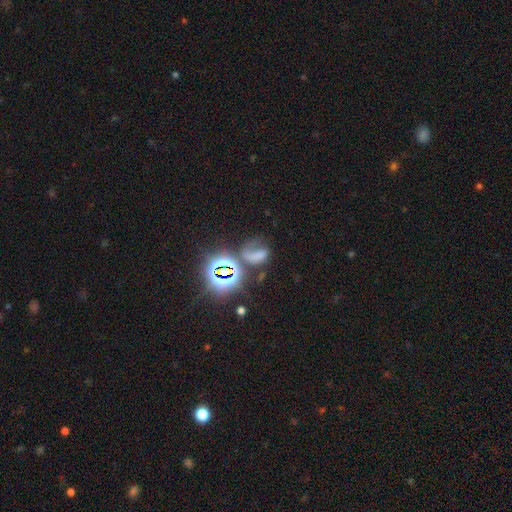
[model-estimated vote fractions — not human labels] This is marginally a star or artifact rather than a galaxy (39%, tied with smooth).